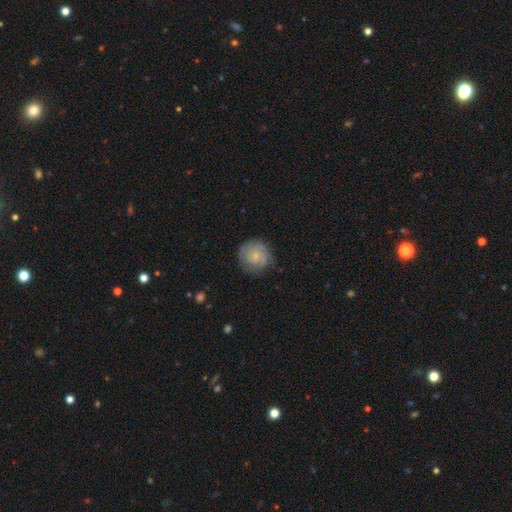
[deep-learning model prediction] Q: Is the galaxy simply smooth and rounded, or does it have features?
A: smooth — 54%.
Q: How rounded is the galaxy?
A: round — 90%.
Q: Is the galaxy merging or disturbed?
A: none — 76%.